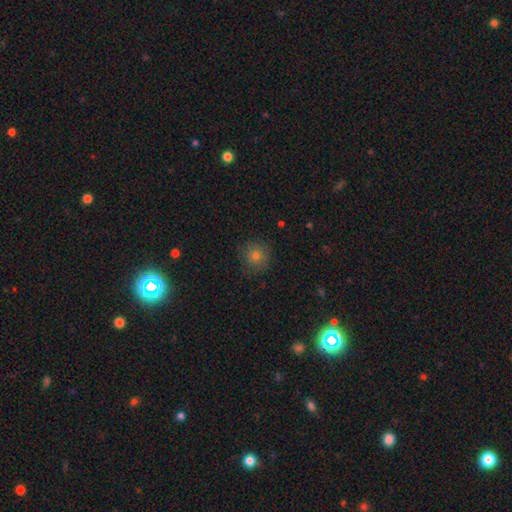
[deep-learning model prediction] Smooth or featured: smooth — 71% (star or artifact — 19%)
How rounded: round — 94% (in between — 5%)
Merging: none — 85% (minor disturbance — 10%)